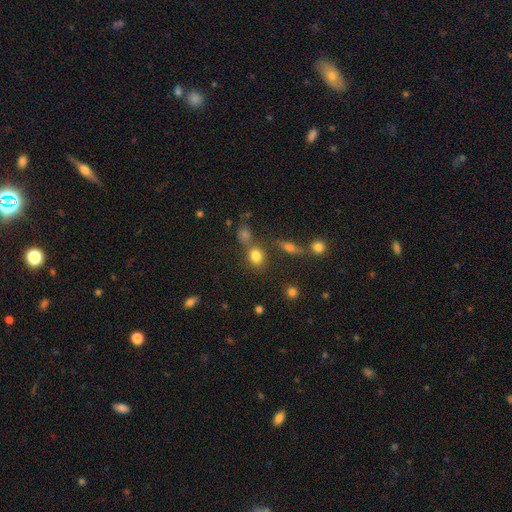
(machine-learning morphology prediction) smooth 79%, star or artifact 13%, featured or disk 8%. Down the decision tree: how rounded — round (59%); merging — none (65%).